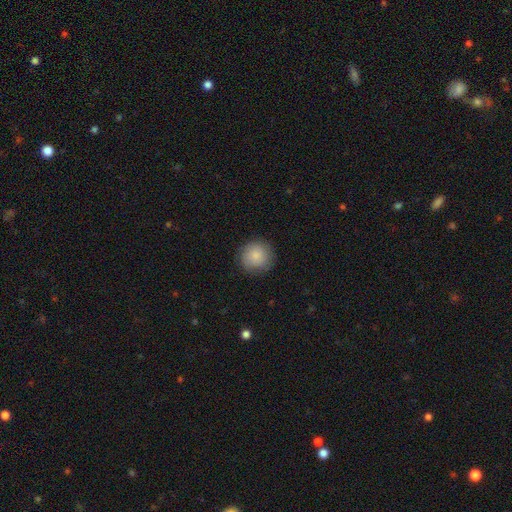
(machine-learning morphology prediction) smooth 86%, star or artifact 8%, featured or disk 6%. Down the decision tree: how rounded — round (94%); merging — none (88%).